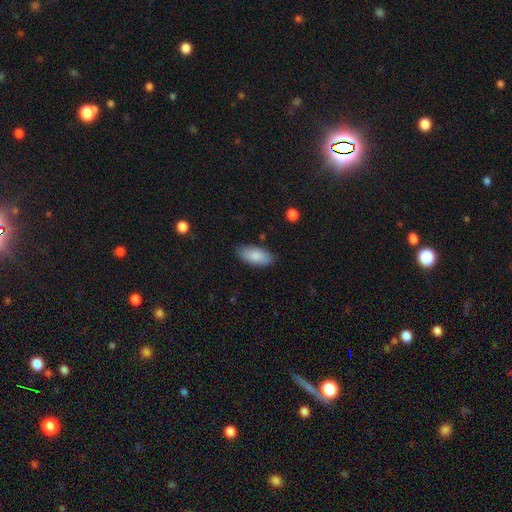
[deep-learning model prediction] Morphology: type=smooth (86%); roundness=in between (90%); merging=none (83%).